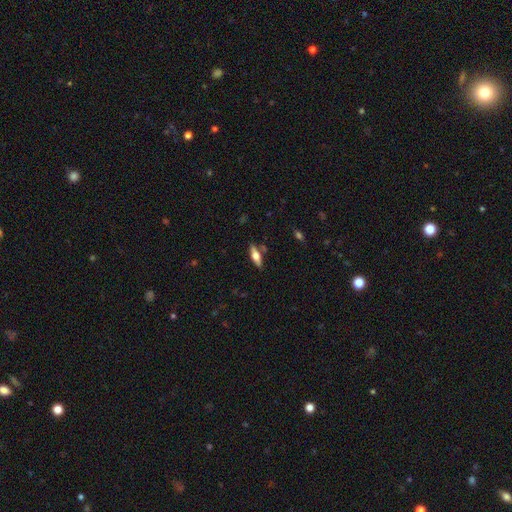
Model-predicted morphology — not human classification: This is possibly a featured or disk galaxy (47%). Merging: clearly none (81%).